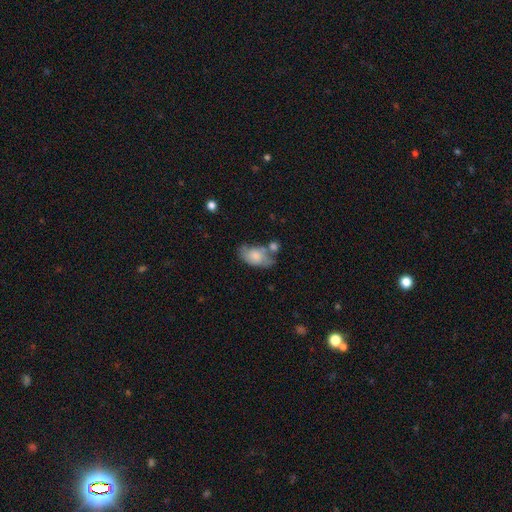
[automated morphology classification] smooth_or_featured: smooth (p=0.69) [alt: featured or disk p=0.24]
how_rounded: in between (p=0.91) [alt: round p=0.07]
merging: none (p=0.37) [alt: minor disturbance p=0.26]